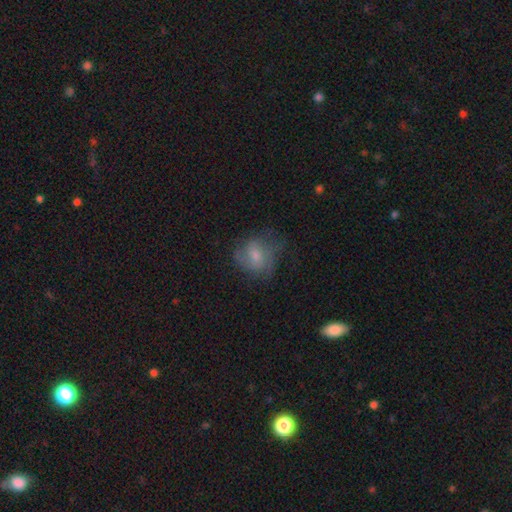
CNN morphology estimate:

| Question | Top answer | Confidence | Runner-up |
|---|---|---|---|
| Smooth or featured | smooth | 49% | featured or disk (42%) |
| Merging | none | 53% | minor disturbance (26%) |